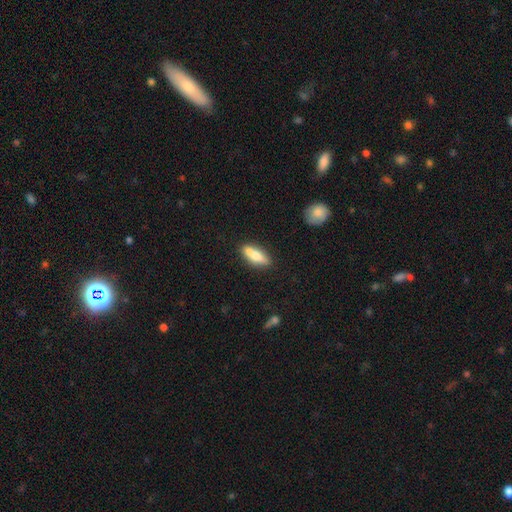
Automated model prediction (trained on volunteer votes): Overall: smooth (64%; featured or disk 30%). How rounded: in between (51%; cigar-shaped 46%). Merging: none (73%).